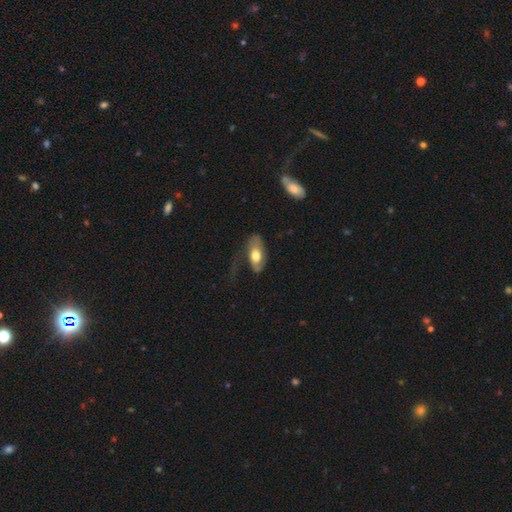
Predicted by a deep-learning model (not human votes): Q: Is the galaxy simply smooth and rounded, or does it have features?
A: smooth — 57%.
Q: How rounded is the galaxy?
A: in between — 87%.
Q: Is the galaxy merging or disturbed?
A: none — 38%.